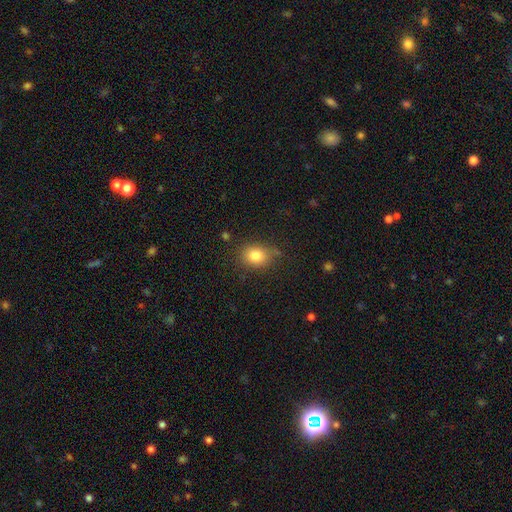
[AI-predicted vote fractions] Smooth or featured? Predicted: smooth (p=0.81). How rounded? Predicted: round (p=0.51). Merging? Predicted: none (p=0.75).